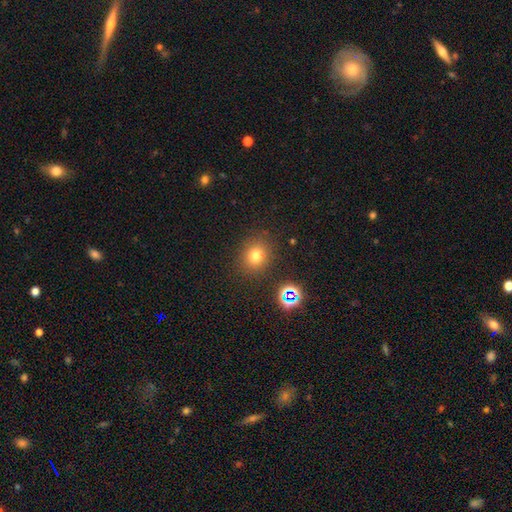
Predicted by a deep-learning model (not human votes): A smooth galaxy with no disk features (72%) that is round (75%).

Vote fractions:
- Smooth or featured? smooth: 72% / star or artifact: 20% / featured or disk: 8%
- How rounded? round: 75% / in between: 24% / cigar-shaped: 1%
- Merging? none: 85% / minor disturbance: 9% / major disturbance: 4% / merger: 3%